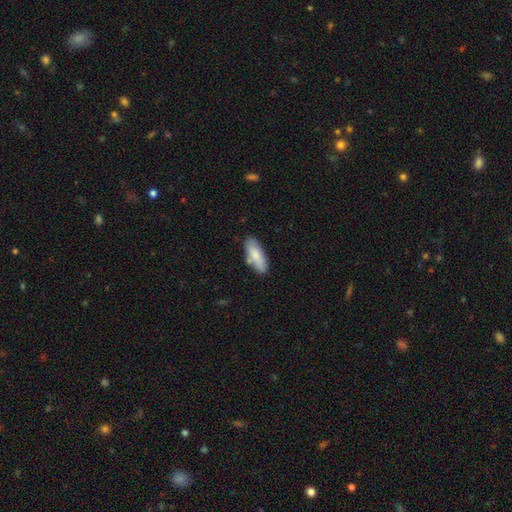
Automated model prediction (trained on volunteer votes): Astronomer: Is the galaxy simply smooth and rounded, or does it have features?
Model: smooth — 82%.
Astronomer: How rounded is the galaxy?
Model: in between — 69%.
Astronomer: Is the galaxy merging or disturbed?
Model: none — 76%.